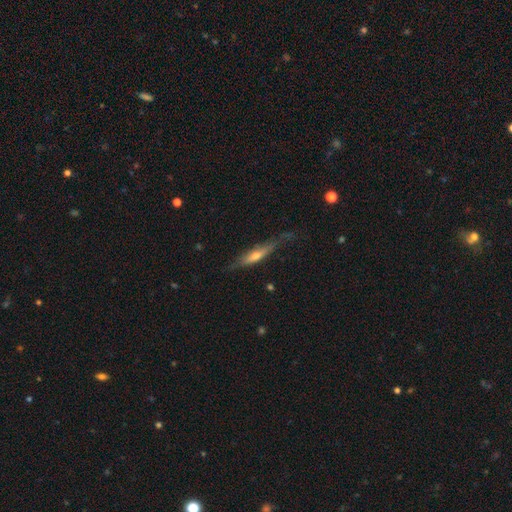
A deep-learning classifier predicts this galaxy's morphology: The model was most divided on "smooth or featured": featured or disk: 59%, smooth: 35%, star or artifact: 6%. More confident: edge-on disk — yes (88%); edge-on bulge — rounded (73%); merging — none (67%).